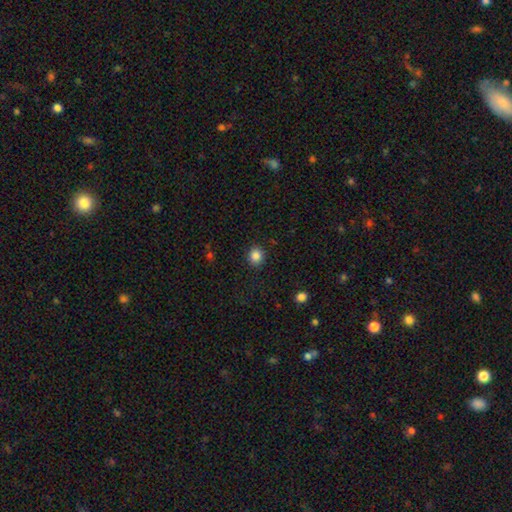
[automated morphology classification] Overall: smooth (86%). How rounded: round (84%). Merging: none (90%).